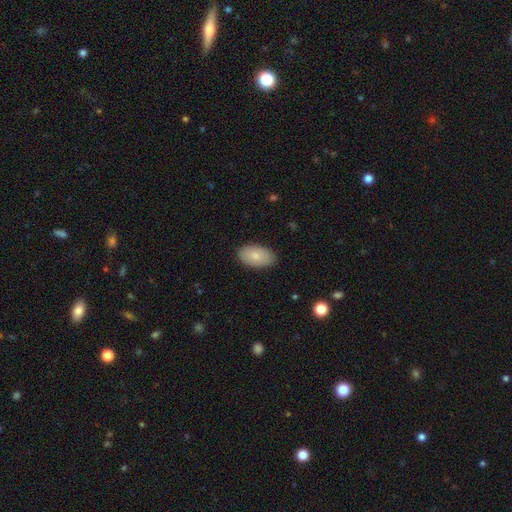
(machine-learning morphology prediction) A smooth galaxy with no disk features (82%) that is in between round and cigar-shaped (94%).

Vote fractions:
- Smooth or featured? smooth: 82% / featured or disk: 12% / star or artifact: 6%
- How rounded? in between: 94% / round: 5% / cigar-shaped: 1%
- Merging? none: 86% / minor disturbance: 11% / major disturbance: 2% / merger: 1%